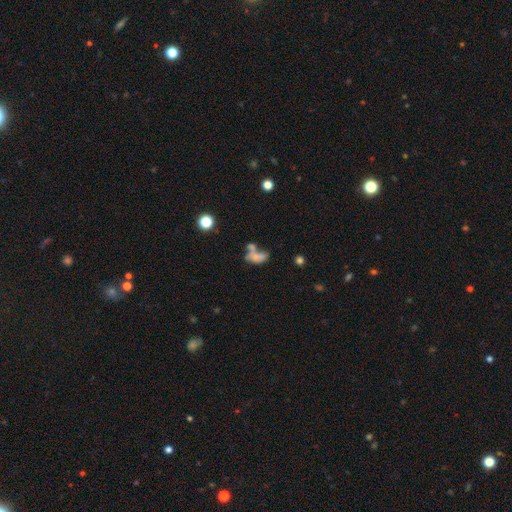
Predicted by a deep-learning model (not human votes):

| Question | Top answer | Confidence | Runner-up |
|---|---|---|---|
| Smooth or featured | smooth | 57% | featured or disk (29%) |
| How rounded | in between | 83% | round (11%) |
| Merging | merger | 47% | none (20%) |